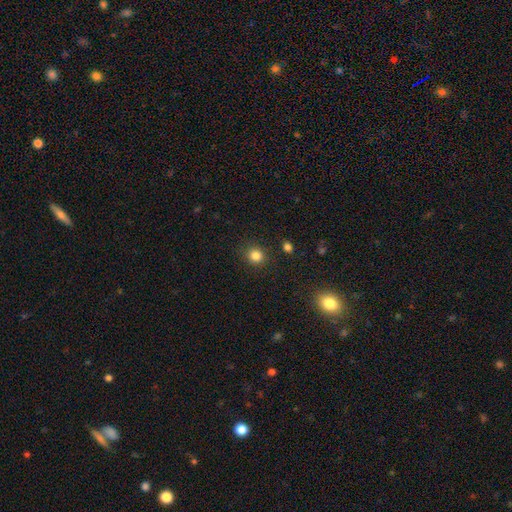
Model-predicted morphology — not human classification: smooth 83%, star or artifact 12%, featured or disk 4%. Down the decision tree: how rounded — round (87%); merging — none (88%).